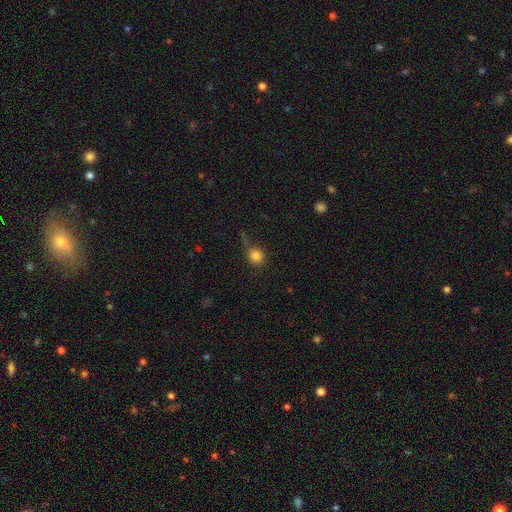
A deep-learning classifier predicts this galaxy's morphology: Smooth or featured?
  - smooth: 82% *
  - star or artifact: 12%
  - featured or disk: 6%
How rounded?
  - round: 86% *
  - in between: 13%
  - cigar-shaped: 1%
Merging?
  - none: 64% *
  - minor disturbance: 20%
  - major disturbance: 10%
  - merger: 6%